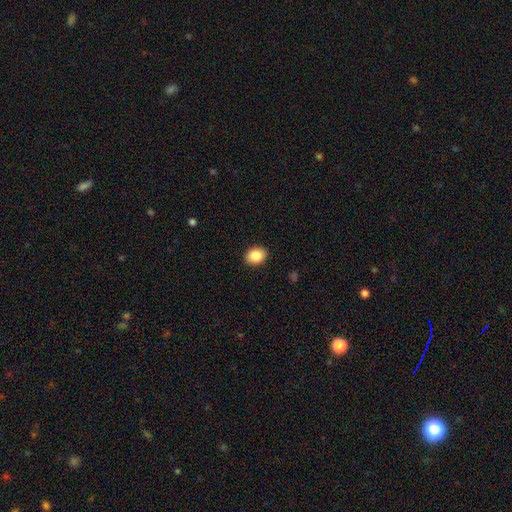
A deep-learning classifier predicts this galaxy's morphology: This is clearly a smooth galaxy (88%). How rounded: likely in between (67%). Merging: clearly none (89%).